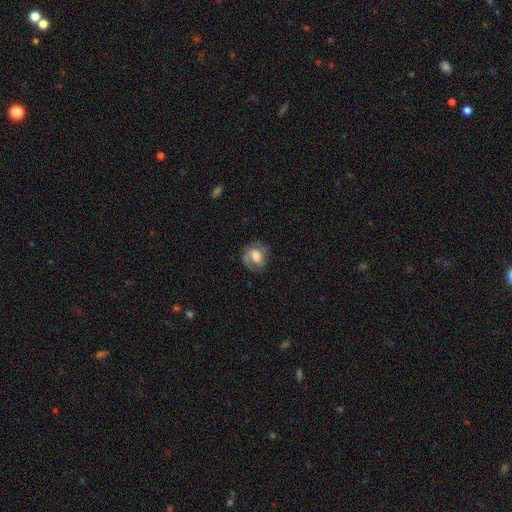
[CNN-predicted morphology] Smooth or featured? featured or disk (47%)
Merging? none (62%)